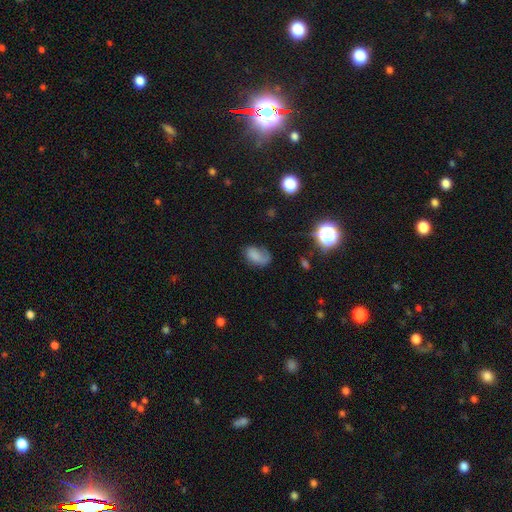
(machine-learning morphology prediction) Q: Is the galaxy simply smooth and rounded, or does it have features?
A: smooth — 68%.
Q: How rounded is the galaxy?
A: in between — 87%.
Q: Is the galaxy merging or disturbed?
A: none — 44%.